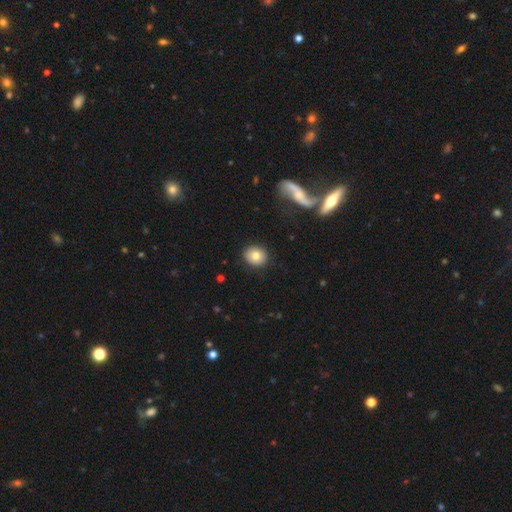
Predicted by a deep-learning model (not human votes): Q: Smooth or featured?
A: smooth (77%); runner-up: featured or disk (14%)
Q: How rounded?
A: round (77%); runner-up: in between (22%)
Q: Merging?
A: none (89%); runner-up: minor disturbance (8%)